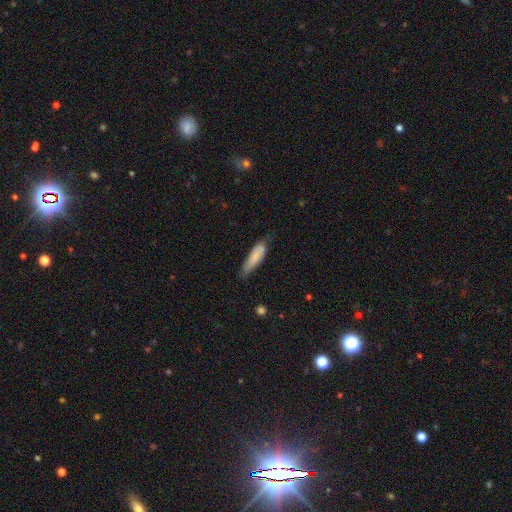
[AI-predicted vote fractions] Smooth or featured? Predicted: smooth (p=0.78). How rounded? Predicted: cigar-shaped (p=0.66). Merging? Predicted: none (p=0.55).